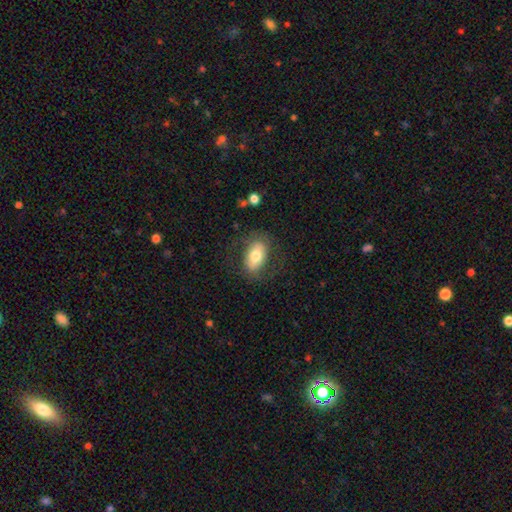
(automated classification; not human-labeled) This is likely a smooth galaxy (64%). How rounded: clearly in between (89%). Merging: likely none (73%).